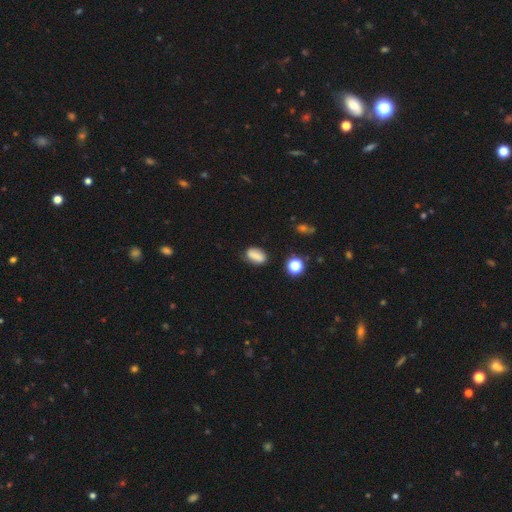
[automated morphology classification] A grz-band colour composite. It shows a smooth galaxy with no disk features (72%) that is in between round and cigar-shaped (84%). Merging: none (75%).